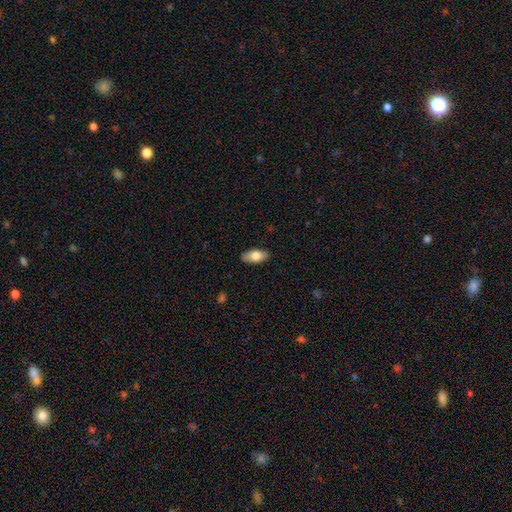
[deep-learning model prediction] Q: Smooth or featured?
A: smooth (77%); runner-up: featured or disk (17%)
Q: How rounded?
A: in between (90%); runner-up: cigar-shaped (7%)
Q: Merging?
A: none (88%); runner-up: minor disturbance (9%)